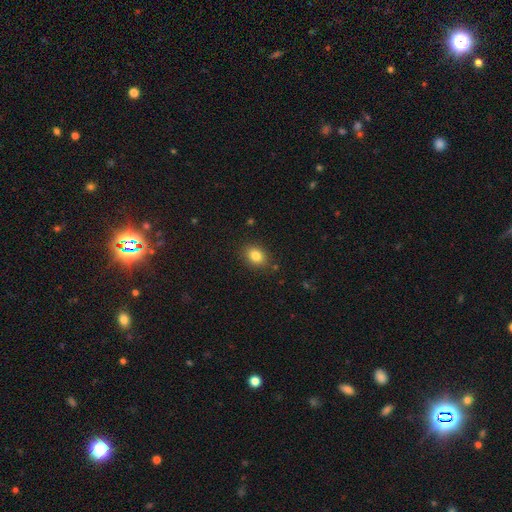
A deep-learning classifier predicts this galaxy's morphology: smooth 83%, star or artifact 10%, featured or disk 7%. Down the decision tree: how rounded — in between (65%); merging — none (86%).